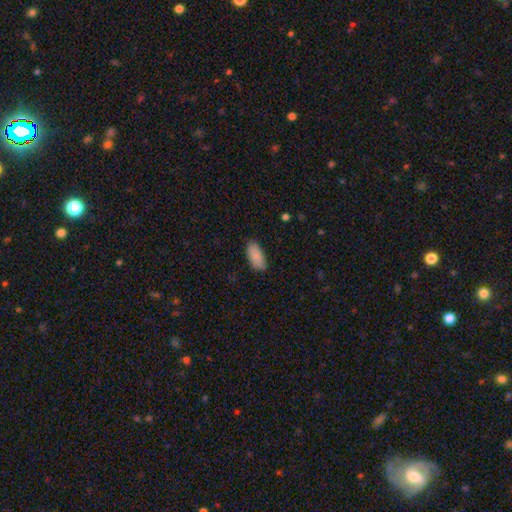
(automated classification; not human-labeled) Overall: smooth (88%). How rounded: in between (91%). Merging: none (84%).